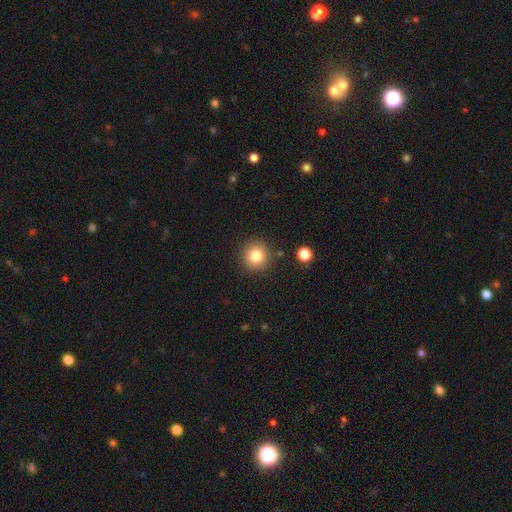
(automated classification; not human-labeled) Smooth or featured? smooth (81%)
How rounded? round (94%)
Merging? none (88%)